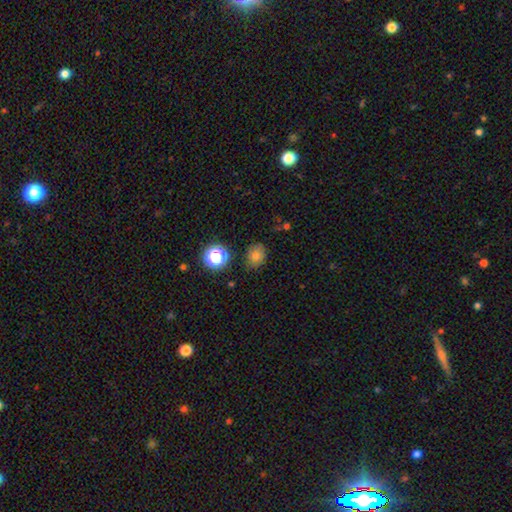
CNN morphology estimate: Smooth or featured: smooth — 76% (star or artifact — 17%)
How rounded: round — 63% (in between — 36%)
Merging: none — 80% (minor disturbance — 14%)